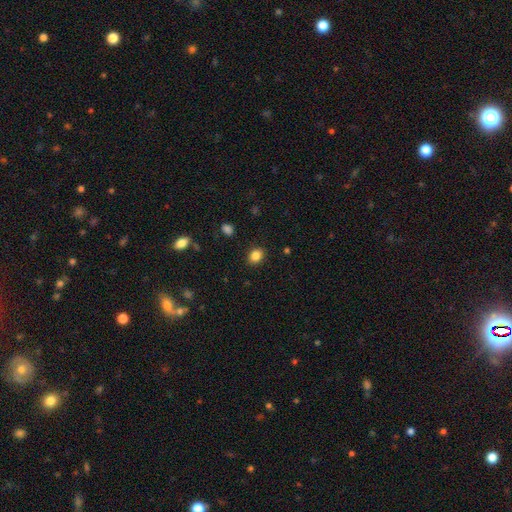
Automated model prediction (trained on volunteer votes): Overall: smooth (85%). How rounded: round (51%; in between 48%). Merging: none (88%).